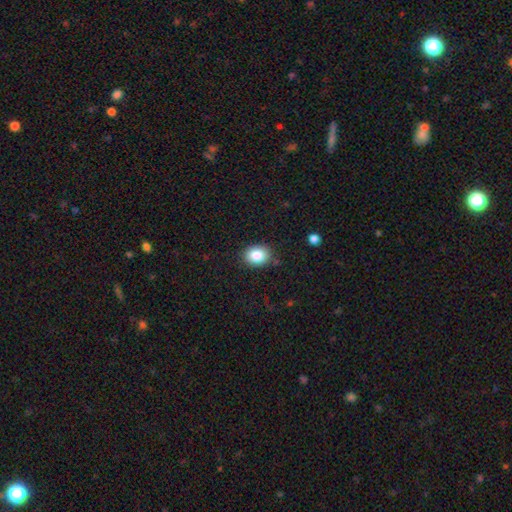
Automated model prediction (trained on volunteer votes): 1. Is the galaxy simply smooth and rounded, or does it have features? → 85% smooth, 9% star or artifact, 6% featured or disk.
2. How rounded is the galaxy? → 52% in between, 47% round, 1% cigar-shaped.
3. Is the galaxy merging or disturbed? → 85% none, 11% minor disturbance, 3% major disturbance, 2% merger.